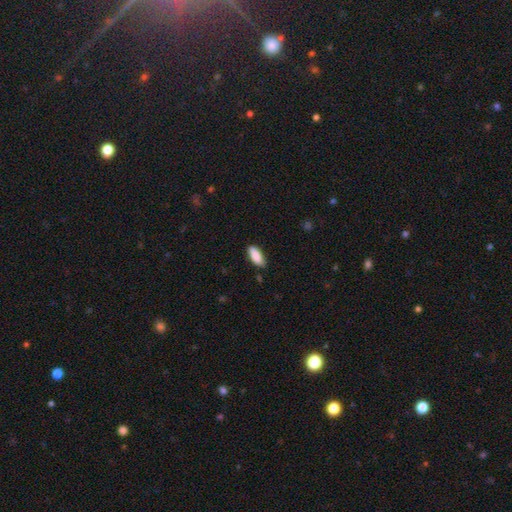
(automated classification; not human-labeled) smooth-or-featured: smooth: 88% | featured or disk: 6% | star or artifact: 6%
  how-rounded: in between: 80% | cigar-shaped: 18% | round: 2%
  merging: none: 83% | minor disturbance: 13% | major disturbance: 2% | merger: 1%